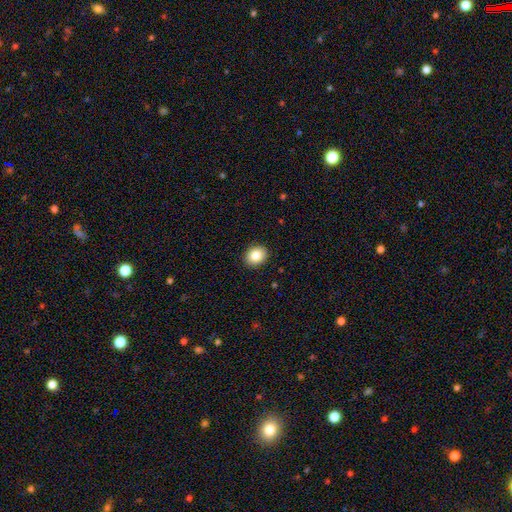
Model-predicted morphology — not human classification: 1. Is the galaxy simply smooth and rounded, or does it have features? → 85% smooth, 9% star or artifact, 7% featured or disk.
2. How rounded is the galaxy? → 56% round, 44% in between, 1% cigar-shaped.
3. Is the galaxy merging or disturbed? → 91% none, 6% minor disturbance, 2% major disturbance, 1% merger.